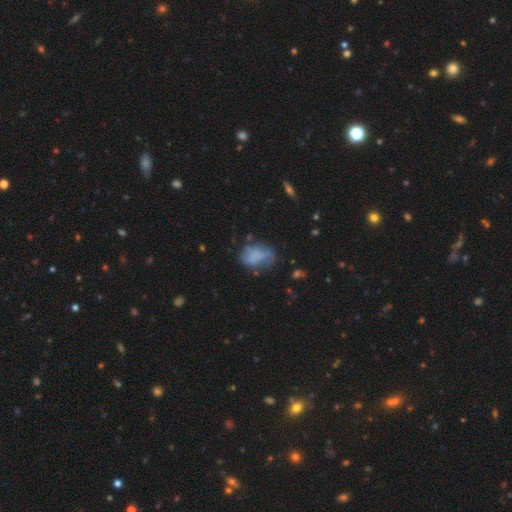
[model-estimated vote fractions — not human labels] smooth 65%, featured or disk 25%, star or artifact 10%. Down the decision tree: how rounded — in between (84%); merging — none (41%).